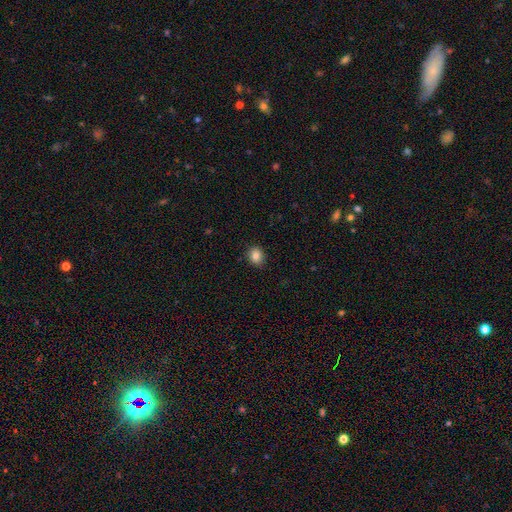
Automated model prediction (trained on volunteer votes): Smooth or featured? Predicted: smooth (p=0.85). How rounded? Predicted: round (p=0.62). Merging? Predicted: none (p=0.90).